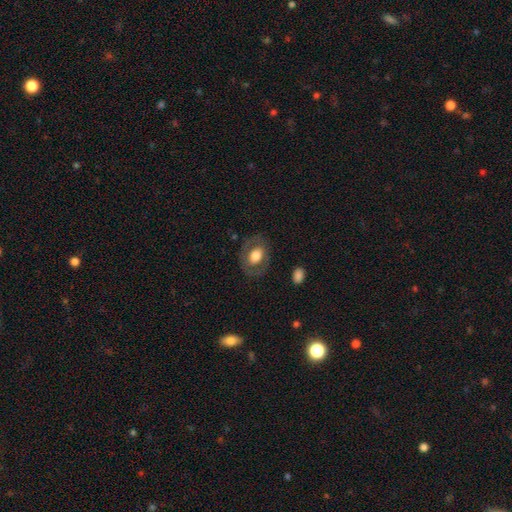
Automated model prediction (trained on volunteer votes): smooth 57%, featured or disk 36%, star or artifact 7%. Down the decision tree: how rounded — in between (68%); merging — none (77%).